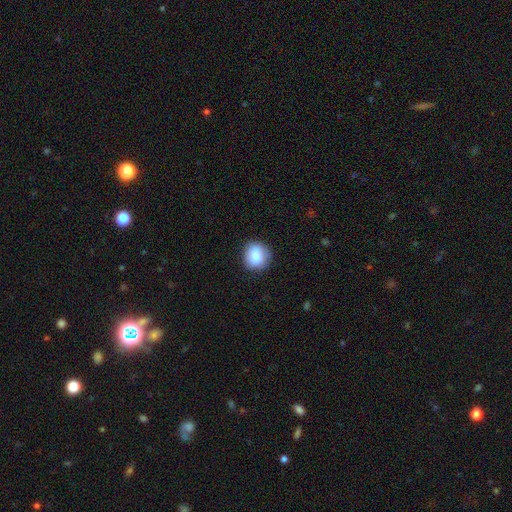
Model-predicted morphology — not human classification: Smooth or featured? Predicted: smooth (p=0.84). How rounded? Predicted: round (p=0.85). Merging? Predicted: none (p=0.83).